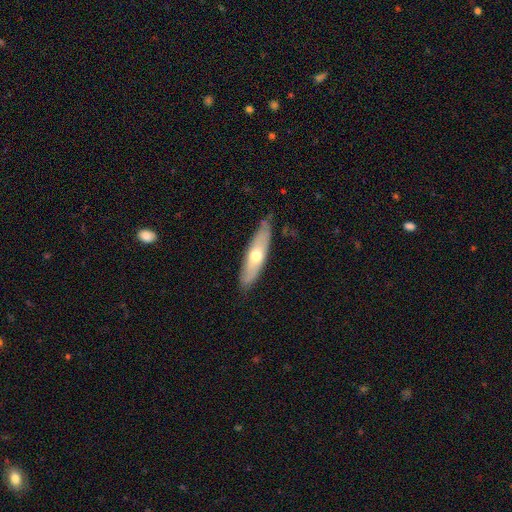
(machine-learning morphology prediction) This appears to be a smooth galaxy with no disk features (51%) that is cigar-shaped (63%). Merging: none (81%).